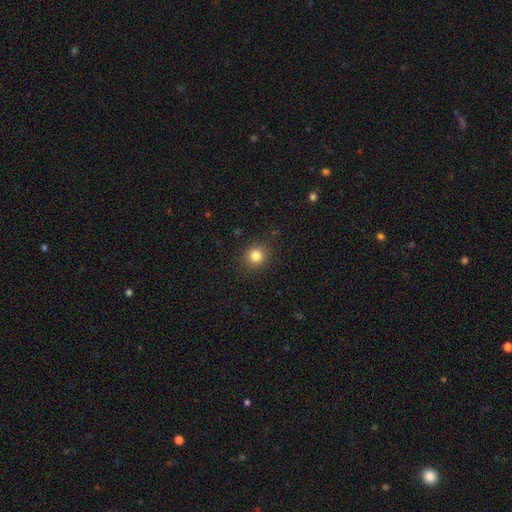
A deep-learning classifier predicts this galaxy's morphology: Smooth or featured? smooth (82%)
How rounded? round (89%)
Merging? none (90%)